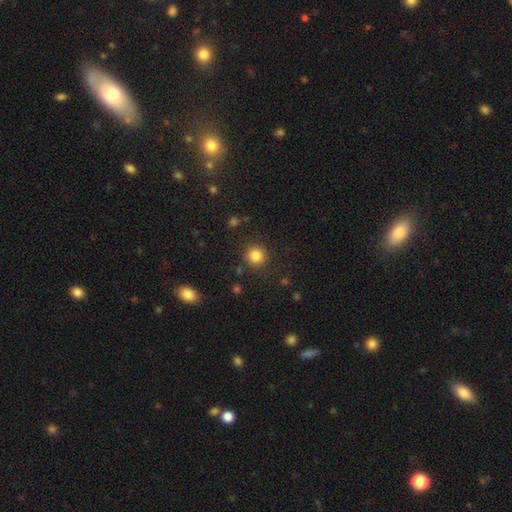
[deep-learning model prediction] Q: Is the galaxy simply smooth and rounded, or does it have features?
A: smooth — 85%.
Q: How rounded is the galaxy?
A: round — 93%.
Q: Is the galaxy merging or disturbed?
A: none — 88%.